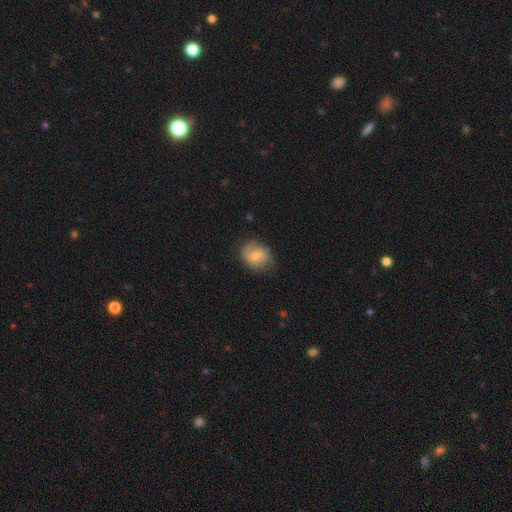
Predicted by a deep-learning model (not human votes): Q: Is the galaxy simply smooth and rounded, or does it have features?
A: smooth — 64%.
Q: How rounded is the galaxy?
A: round — 61%.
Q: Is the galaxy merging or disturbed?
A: none — 68%.